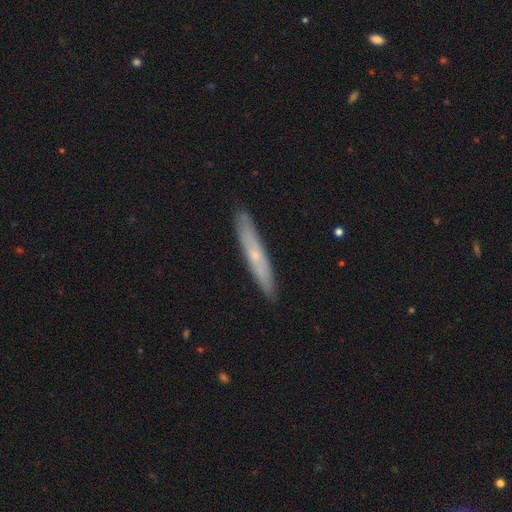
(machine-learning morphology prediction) smooth-or-featured: featured or disk: 50% | smooth: 44% | star or artifact: 7%
  merging: none: 89% | minor disturbance: 8% | major disturbance: 1% | merger: 1%